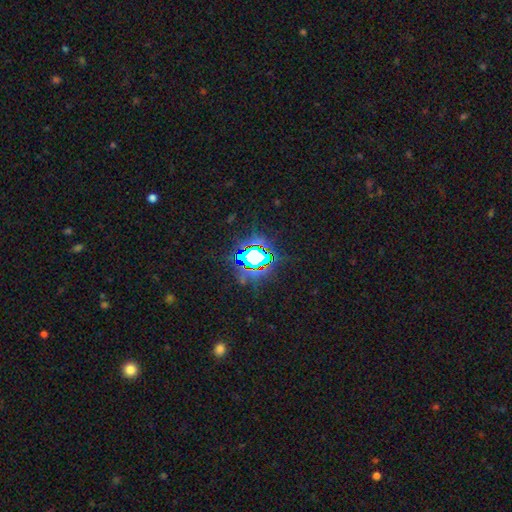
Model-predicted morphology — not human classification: Smooth or featured? Predicted: star or artifact (p=0.75).